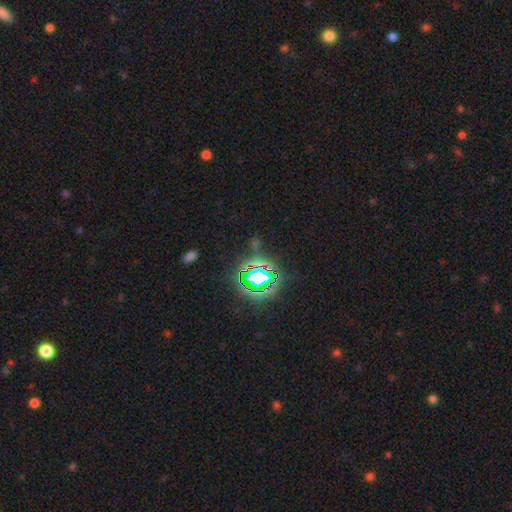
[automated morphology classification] A star or artifact, not a galaxy (82%).

Vote fractions:
- Smooth or featured? star or artifact: 82% / smooth: 12% / featured or disk: 6%